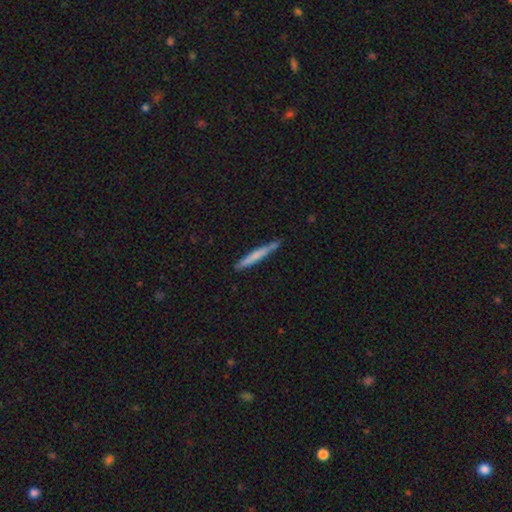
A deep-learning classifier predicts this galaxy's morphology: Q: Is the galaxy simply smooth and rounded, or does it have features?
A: smooth — 63%.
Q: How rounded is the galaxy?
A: cigar-shaped — 96%.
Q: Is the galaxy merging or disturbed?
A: none — 83%.